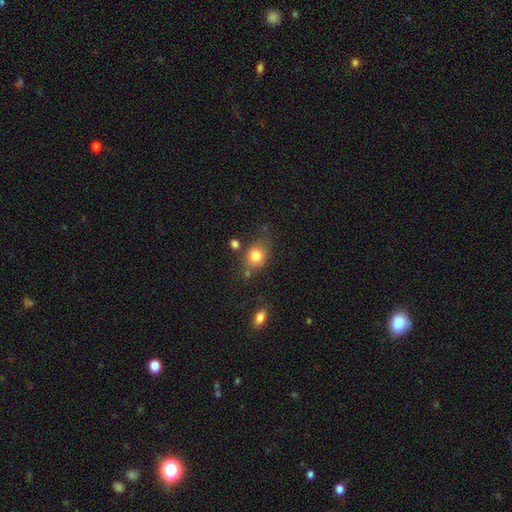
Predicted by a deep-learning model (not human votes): The model was most divided on "how rounded": round: 55%, in between: 43%, cigar-shaped: 1%. More confident: smooth or featured — smooth (81%); merging — none (67%).